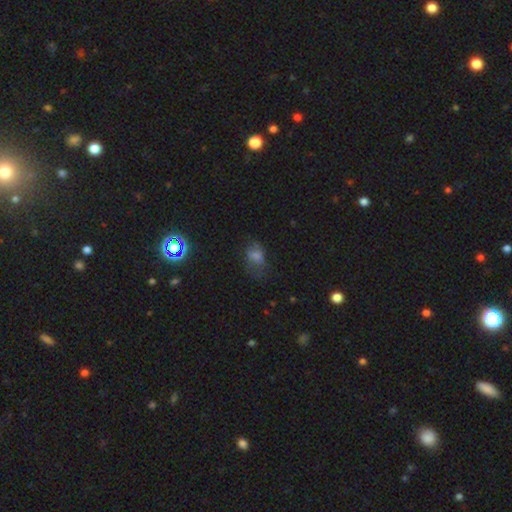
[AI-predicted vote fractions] The model was most divided on "merging": none: 52%, minor disturbance: 27%, major disturbance: 19%, merger: 3%. More confident: how rounded — in between (75%); smooth or featured — smooth (55%).